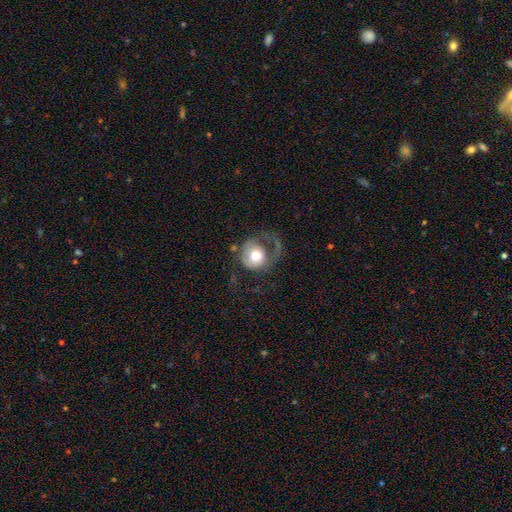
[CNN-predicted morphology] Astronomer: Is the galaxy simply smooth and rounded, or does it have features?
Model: smooth — 57% (runner-up: featured or disk, 36%).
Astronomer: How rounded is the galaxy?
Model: round — 84%.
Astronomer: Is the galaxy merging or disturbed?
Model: major disturbance — 51% (runner-up: none, 29%).